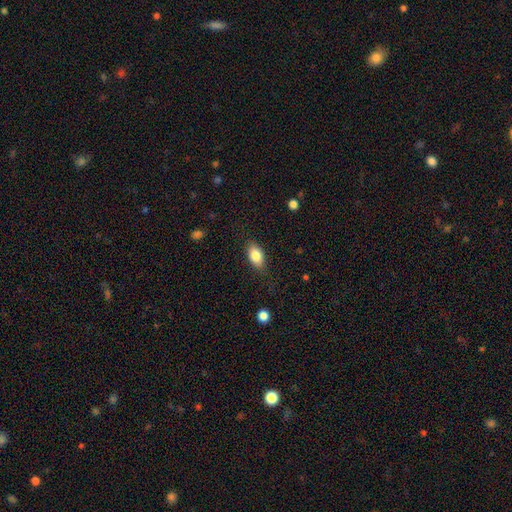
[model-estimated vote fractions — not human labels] smooth-or-featured: smooth: 82% | featured or disk: 10% | star or artifact: 7%
  how-rounded: in between: 90% | round: 6% | cigar-shaped: 3%
  merging: none: 82% | minor disturbance: 13% | major disturbance: 3% | merger: 1%